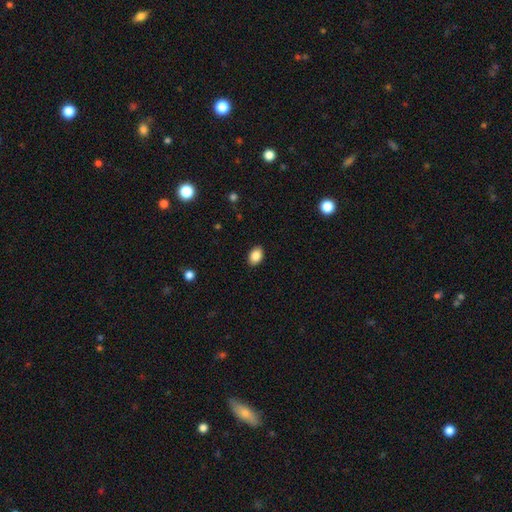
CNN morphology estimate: Q: Smooth or featured?
A: smooth (87%); runner-up: star or artifact (8%)
Q: How rounded?
A: in between (82%); runner-up: round (17%)
Q: Merging?
A: none (89%); runner-up: minor disturbance (8%)